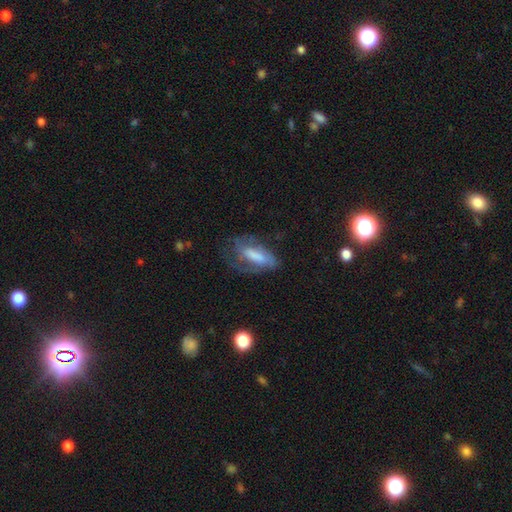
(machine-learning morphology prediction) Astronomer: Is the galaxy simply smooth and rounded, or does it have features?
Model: featured or disk — 49% (runner-up: smooth, 43%).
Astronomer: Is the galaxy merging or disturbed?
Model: none — 44% (runner-up: major disturbance, 28%).